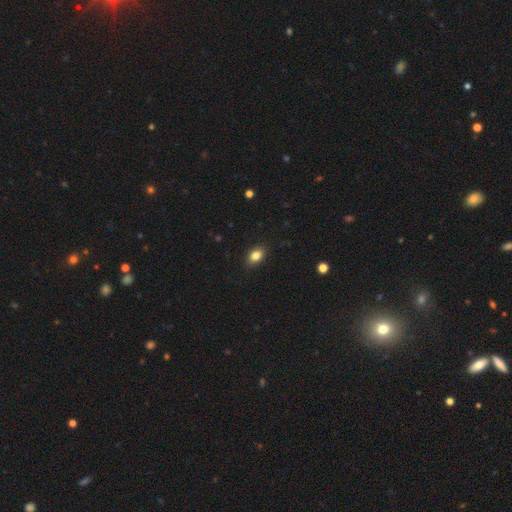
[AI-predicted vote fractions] A smooth galaxy with no disk features (84%) that is in between round and cigar-shaped (78%). Merging: none (86%).